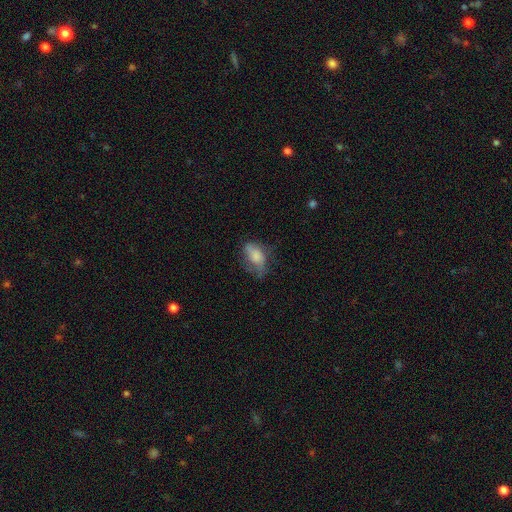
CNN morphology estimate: Q: Smooth or featured?
A: smooth (64%); runner-up: featured or disk (27%)
Q: How rounded?
A: in between (87%); runner-up: round (10%)
Q: Merging?
A: none (41%); runner-up: minor disturbance (31%)